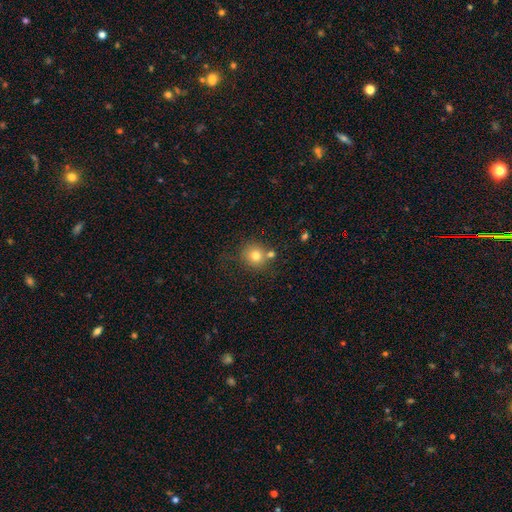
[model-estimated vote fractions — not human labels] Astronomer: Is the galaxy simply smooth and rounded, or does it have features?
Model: smooth — 76%.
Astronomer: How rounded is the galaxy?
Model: round — 90%.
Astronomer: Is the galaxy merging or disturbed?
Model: none — 65%.